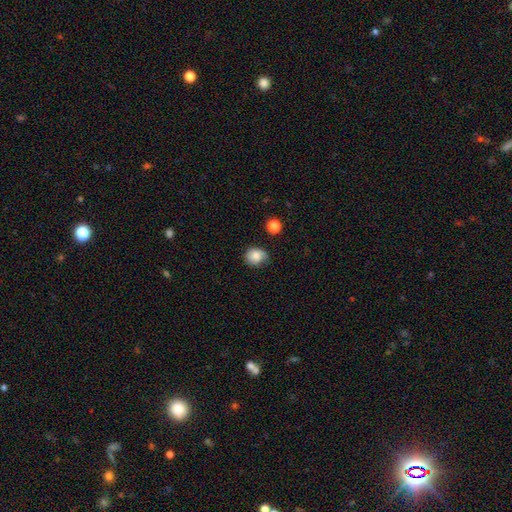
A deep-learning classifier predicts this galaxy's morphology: Q: Smooth or featured?
A: smooth (78%); runner-up: featured or disk (12%)
Q: How rounded?
A: round (71%); runner-up: in between (29%)
Q: Merging?
A: none (58%); runner-up: minor disturbance (32%)